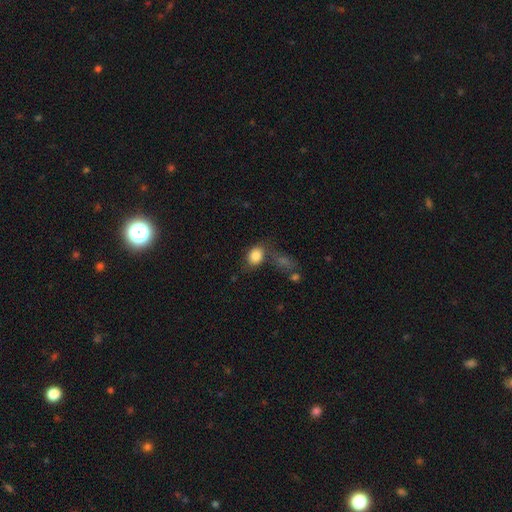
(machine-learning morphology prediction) Smooth or featured?
  - smooth: 84% *
  - star or artifact: 9%
  - featured or disk: 7%
How rounded?
  - in between: 63% *
  - round: 36%
  - cigar-shaped: 2%
Merging?
  - none: 60% *
  - minor disturbance: 18%
  - merger: 14%
  - major disturbance: 8%